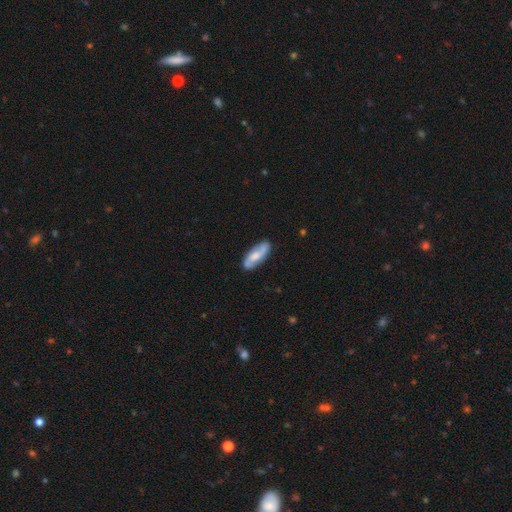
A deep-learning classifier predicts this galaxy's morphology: type=featured or disk (52%); edge-on=no (85%); merging=none (82%).